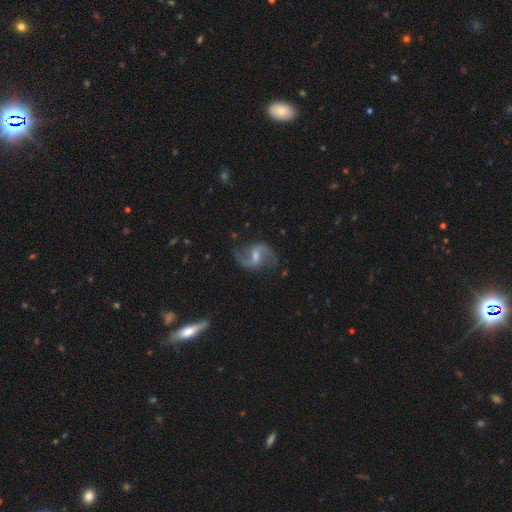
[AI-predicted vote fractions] Smooth or featured: featured or disk — 88% (smooth — 6%)
Edge-on disk: no — 98% (yes — 2%)
Bar: weak — 57% (strong — 23%)
Spiral arms: yes — 97% (no — 3%)
Spiral winding: loose — 58% (medium — 36%)
Spiral arm count: 2 — 94% (can't tell — 2%)
Bulge size: small — 43% (moderate — 42%)
Merging: none — 80% (minor disturbance — 13%)